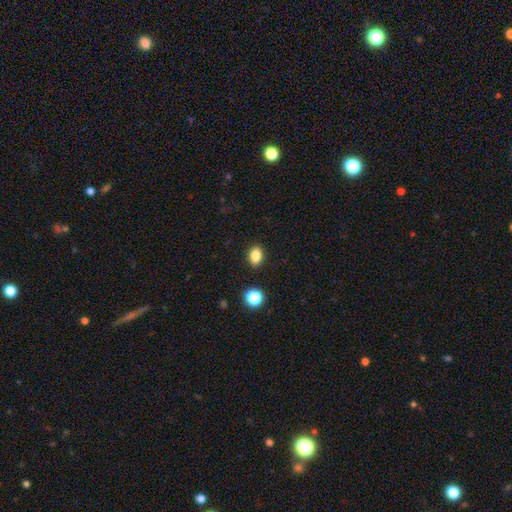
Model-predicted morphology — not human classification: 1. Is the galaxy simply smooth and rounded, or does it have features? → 84% smooth, 11% star or artifact, 5% featured or disk.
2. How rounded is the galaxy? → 73% in between, 25% round, 1% cigar-shaped.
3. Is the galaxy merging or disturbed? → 88% none, 8% minor disturbance, 2% major disturbance, 2% merger.